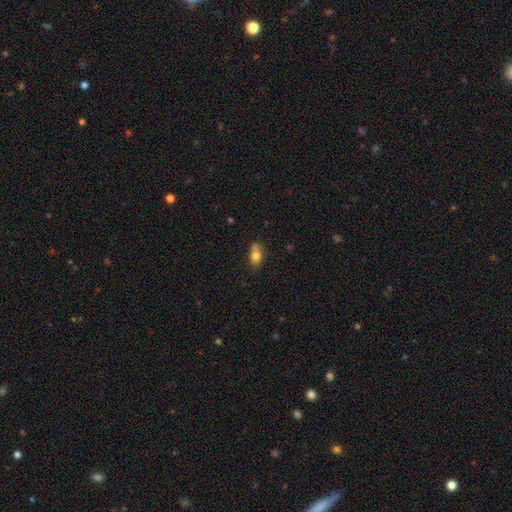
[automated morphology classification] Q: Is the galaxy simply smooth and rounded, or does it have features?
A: smooth — 75%.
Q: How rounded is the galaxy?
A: in between — 70%.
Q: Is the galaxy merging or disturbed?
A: none — 48%.